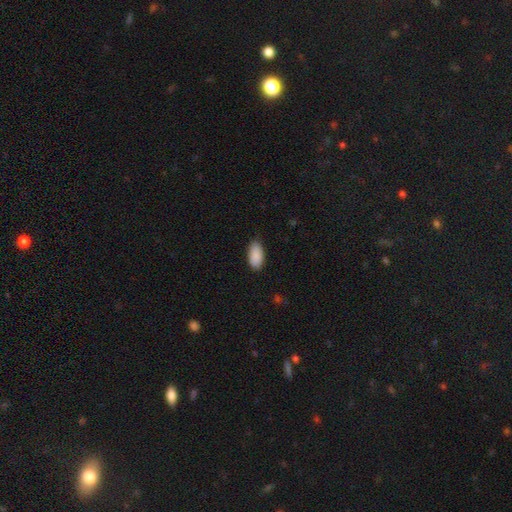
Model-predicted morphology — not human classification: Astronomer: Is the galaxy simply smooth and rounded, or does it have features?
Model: smooth — 90%.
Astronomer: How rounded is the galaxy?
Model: in between — 93%.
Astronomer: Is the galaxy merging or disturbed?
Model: none — 84%.